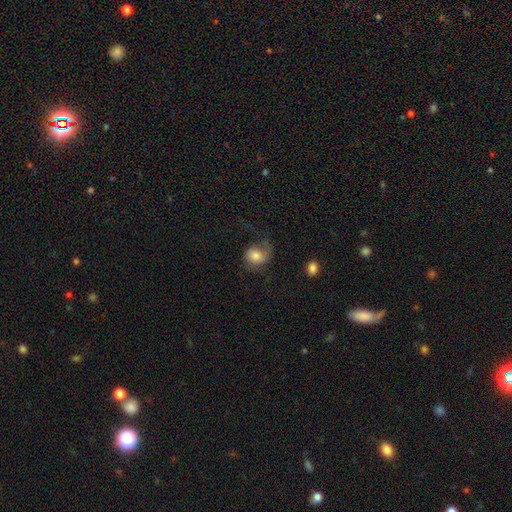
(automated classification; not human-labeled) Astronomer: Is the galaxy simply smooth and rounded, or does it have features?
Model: smooth — 61%.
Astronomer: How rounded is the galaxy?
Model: round — 60% (runner-up: in between, 39%).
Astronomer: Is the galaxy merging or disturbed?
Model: none — 42% (runner-up: major disturbance, 32%).